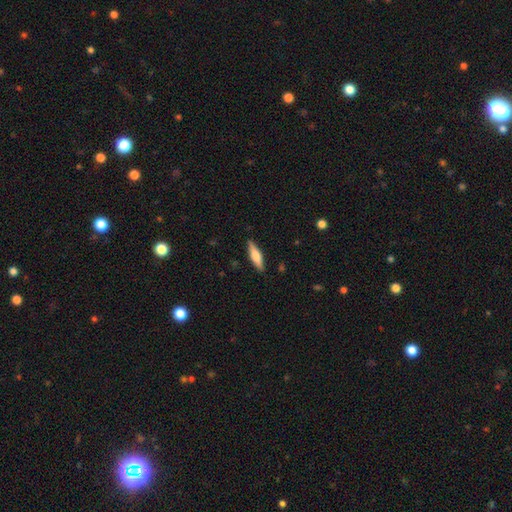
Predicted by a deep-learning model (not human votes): This is possibly a smooth galaxy (54%). How rounded: likely cigar-shaped (70%). Merging: clearly none (89%).